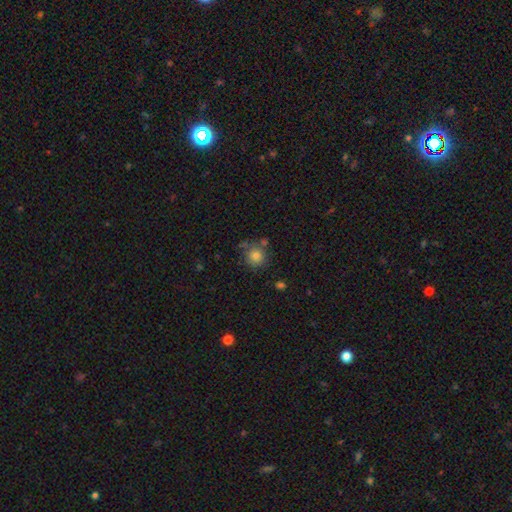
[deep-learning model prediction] Morphology: type=smooth (80%); roundness=round (91%); merging=none (72%).